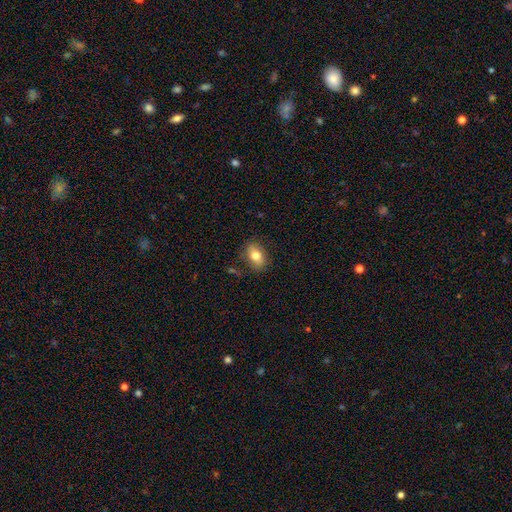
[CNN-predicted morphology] Smooth or featured? smooth (78%)
How rounded? in between (80%)
Merging? none (81%)